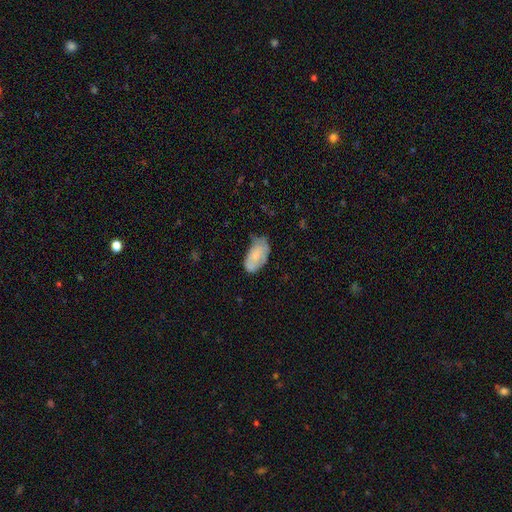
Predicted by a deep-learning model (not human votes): A smooth galaxy with no disk features (67%) that is in between round and cigar-shaped (94%).

Vote fractions:
- Smooth or featured? smooth: 67% / featured or disk: 26% / star or artifact: 7%
- How rounded? in between: 94% / round: 4% / cigar-shaped: 3%
- Merging? none: 46% / minor disturbance: 39% / major disturbance: 12% / merger: 3%